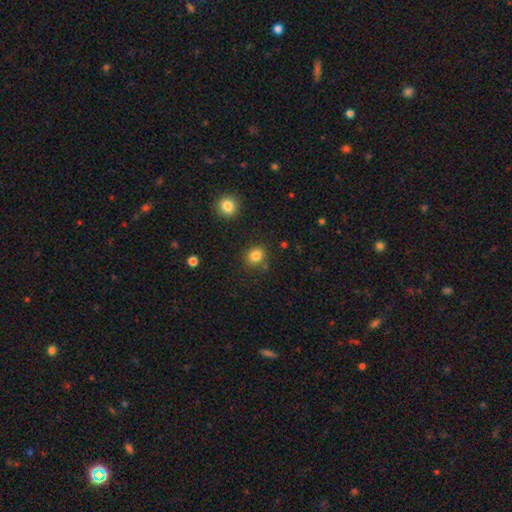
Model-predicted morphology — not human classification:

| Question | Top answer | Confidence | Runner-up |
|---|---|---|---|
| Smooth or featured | smooth | 83% | star or artifact (11%) |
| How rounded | round | 77% | in between (22%) |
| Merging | none | 81% | minor disturbance (11%) |